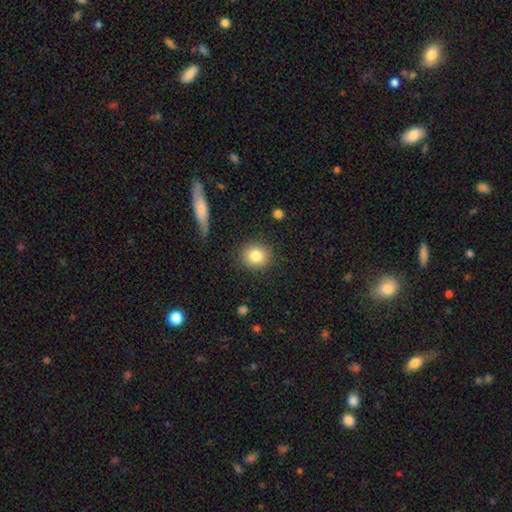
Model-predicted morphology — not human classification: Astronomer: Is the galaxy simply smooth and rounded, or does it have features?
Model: smooth — 83%.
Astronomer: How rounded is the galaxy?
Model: round — 85%.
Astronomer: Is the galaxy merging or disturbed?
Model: none — 88%.